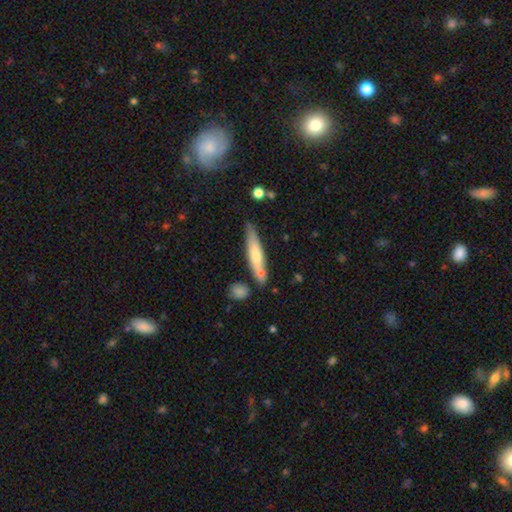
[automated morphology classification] A smooth galaxy with no disk features (62%) that is cigar-shaped (87%).

Vote fractions:
- Smooth or featured? smooth: 62% / featured or disk: 32% / star or artifact: 6%
- How rounded? cigar-shaped: 87% / in between: 12% / round: 1%
- Merging? none: 70% / minor disturbance: 17% / merger: 10% / major disturbance: 3%